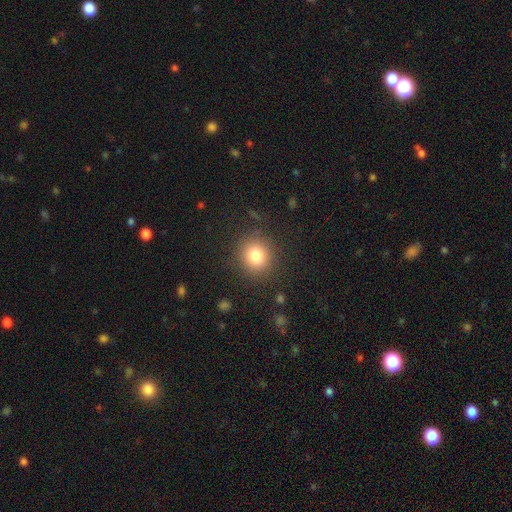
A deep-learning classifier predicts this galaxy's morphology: This appears to be a smooth galaxy with no disk features (80%) that is round (86%). Merging: none (87%).